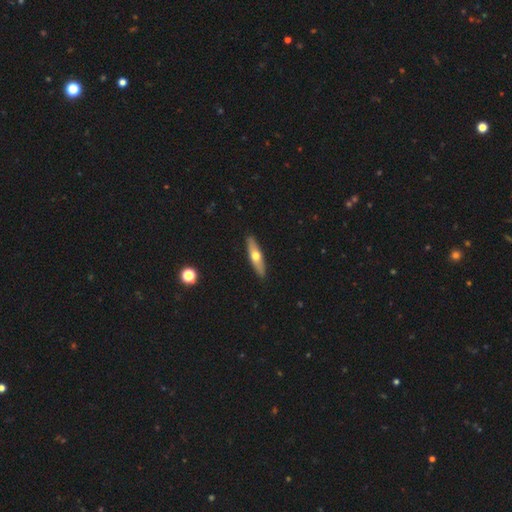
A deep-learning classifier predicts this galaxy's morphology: Smooth or featured? featured or disk (47%, tied with smooth)
Merging? none (91%)